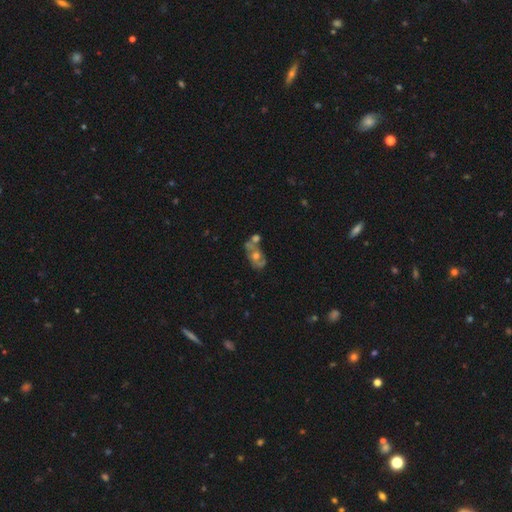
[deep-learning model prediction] The model was most divided on "merging": none: 39%, merger: 36%, minor disturbance: 15%, major disturbance: 10%. More confident: edge-on disk — no (92%); bar — no (83%); bulge size — moderate (66%); spiral arms — no (56%); smooth or featured — featured or disk (55%).